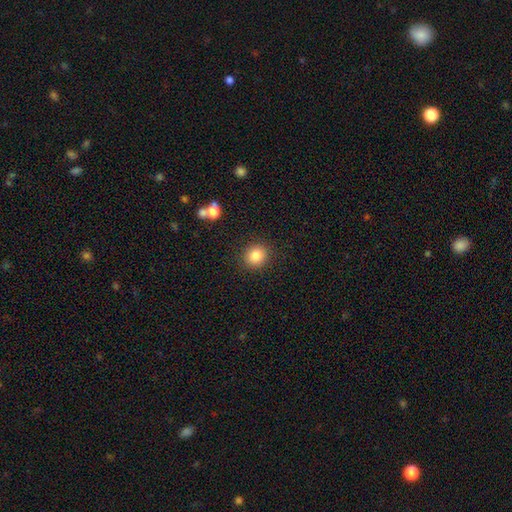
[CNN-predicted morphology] A smooth galaxy with no disk features (84%) that is round (83%). Merging: none (89%).